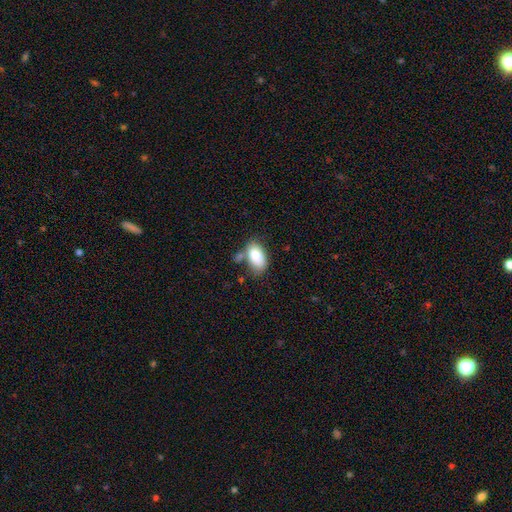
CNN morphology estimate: Overall: smooth (84%). How rounded: in between (93%). Merging: none (50%; minor disturbance 23%).